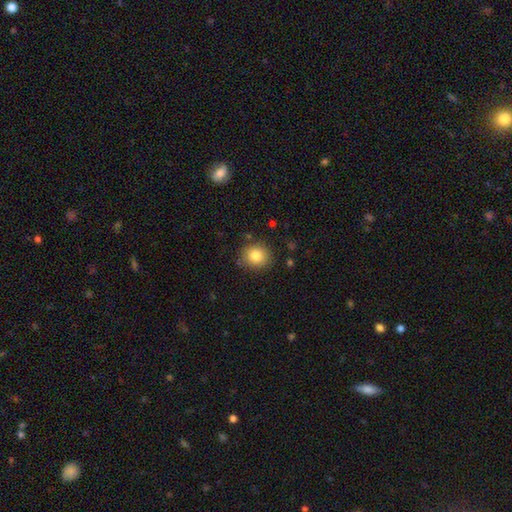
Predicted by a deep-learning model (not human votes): Smooth or featured? smooth (83%)
How rounded? round (82%)
Merging? none (85%)